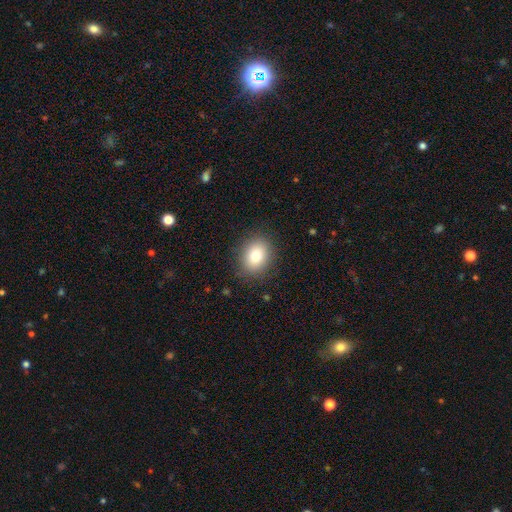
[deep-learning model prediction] Morphology: type=smooth (83%); roundness=in between (61%); merging=none (86%).